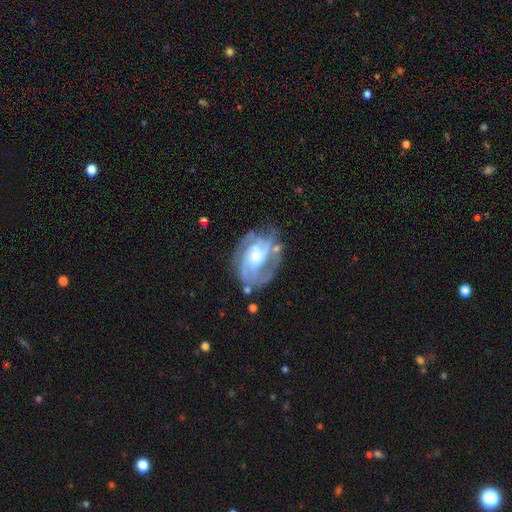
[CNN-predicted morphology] Smooth or featured: featured or disk — 84% (smooth — 10%)
Edge-on disk: no — 97% (yes — 3%)
Bar: no — 57% (weak — 34%)
Spiral arms: yes — 93% (no — 7%)
Spiral winding: tight — 46% (medium — 41%)
Spiral arm count: 3 — 30% (can't tell — 25%)
Bulge size: moderate — 51% (small — 33%)
Merging: none — 62% (minor disturbance — 21%)